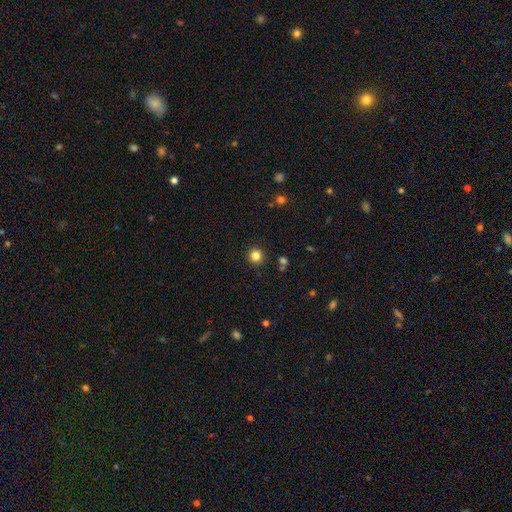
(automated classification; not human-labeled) Smooth or featured: smooth — 82% (star or artifact — 13%)
How rounded: round — 94% (in between — 5%)
Merging: none — 91% (minor disturbance — 5%)